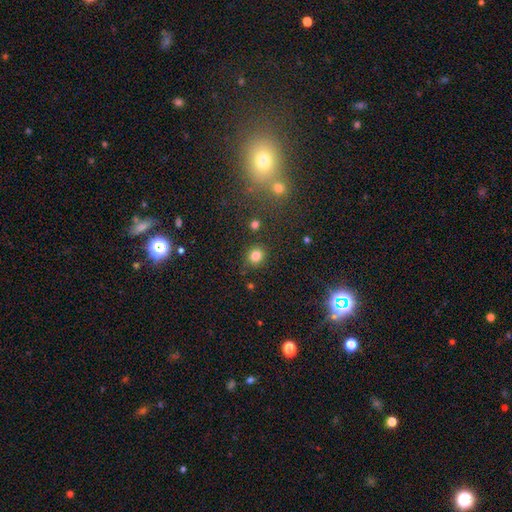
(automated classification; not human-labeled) smooth 82%, star or artifact 12%, featured or disk 5%. Down the decision tree: how rounded — round (79%); merging — none (84%).